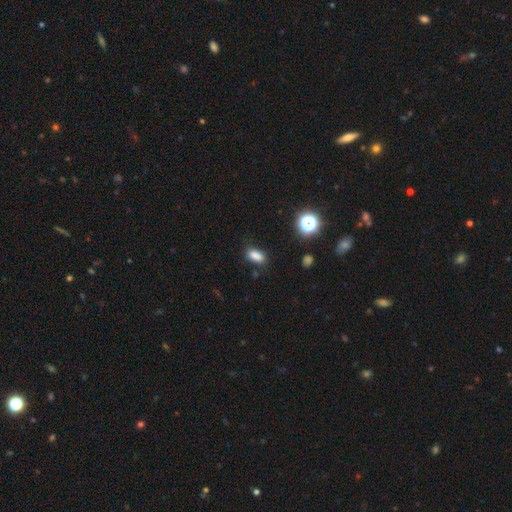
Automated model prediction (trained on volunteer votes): Smooth or featured?
  - smooth: 82% *
  - star or artifact: 13%
  - featured or disk: 5%
How rounded?
  - in between: 84% *
  - round: 8%
  - cigar-shaped: 8%
Merging?
  - none: 80% *
  - minor disturbance: 14%
  - major disturbance: 4%
  - merger: 2%